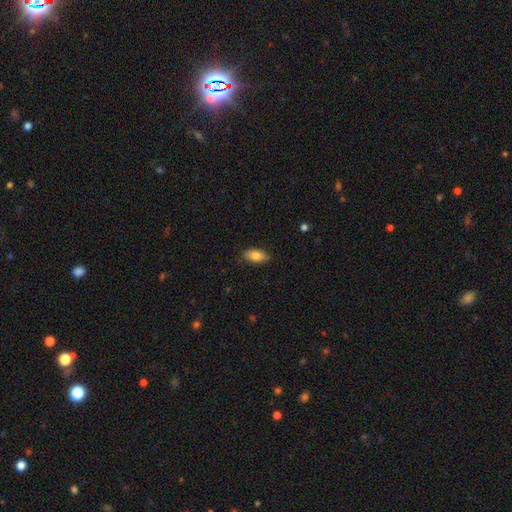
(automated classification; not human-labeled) This appears to be a smooth galaxy with no disk features (81%) that is in between round and cigar-shaped (89%). Merging: none (87%).